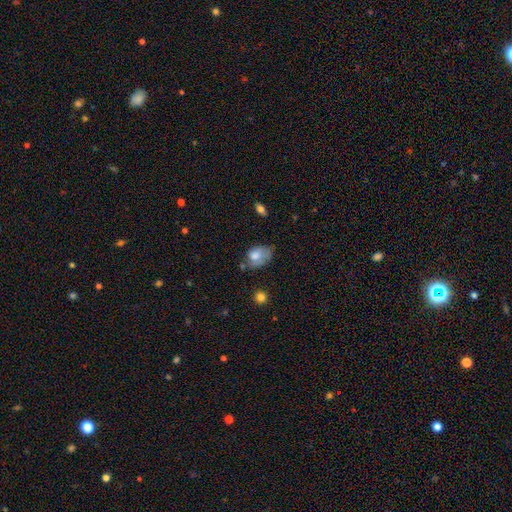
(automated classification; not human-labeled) A smooth galaxy with no disk features (69%) that is in between round and cigar-shaped (79%).

Vote fractions:
- Smooth or featured? smooth: 69% / featured or disk: 23% / star or artifact: 9%
- How rounded? in between: 79% / round: 19% / cigar-shaped: 1%
- Merging? minor disturbance: 39% / none: 35% / major disturbance: 19% / merger: 6%